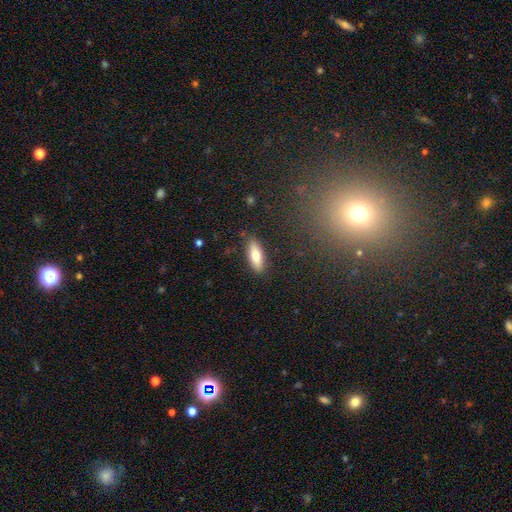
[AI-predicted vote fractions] Q: Smooth or featured?
A: smooth (76%); runner-up: featured or disk (18%)
Q: How rounded?
A: in between (65%); runner-up: cigar-shaped (33%)
Q: Merging?
A: none (87%); runner-up: minor disturbance (10%)